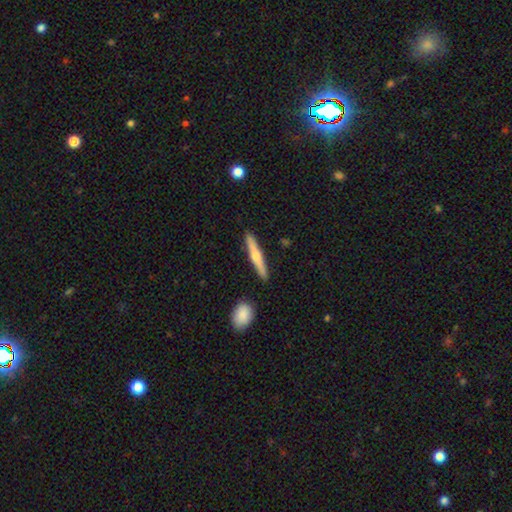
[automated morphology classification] Smooth or featured? Predicted: featured or disk (p=0.50). Edge-on disk? Predicted: yes (p=0.96). Merging? Predicted: none (p=0.89).